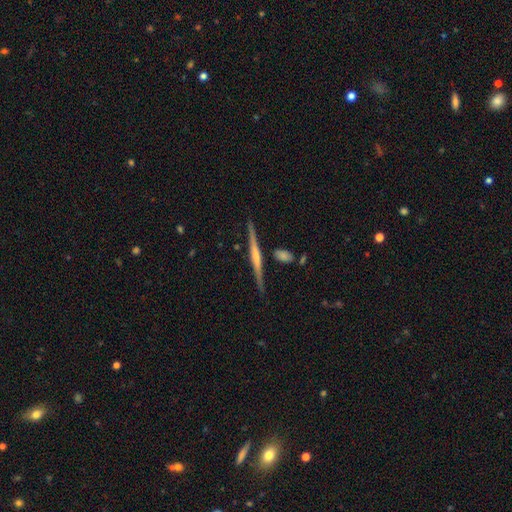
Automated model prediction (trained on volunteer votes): featured or disk 76%, smooth 17%, star or artifact 7%. Down the decision tree: edge-on disk — yes (98%); edge-on bulge — rounded (59%); merging — none (87%).